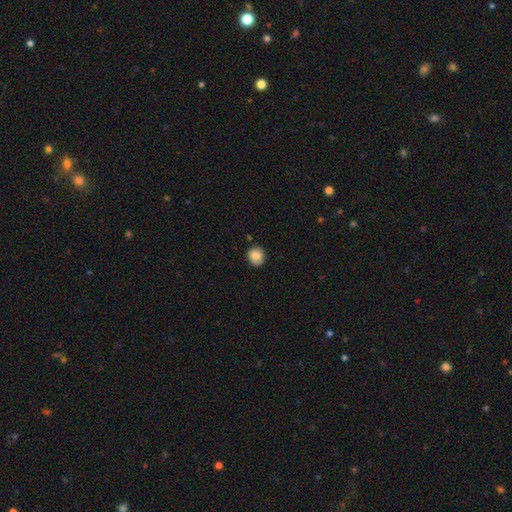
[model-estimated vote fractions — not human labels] Smooth or featured? smooth (79%)
How rounded? round (78%)
Merging? none (76%)